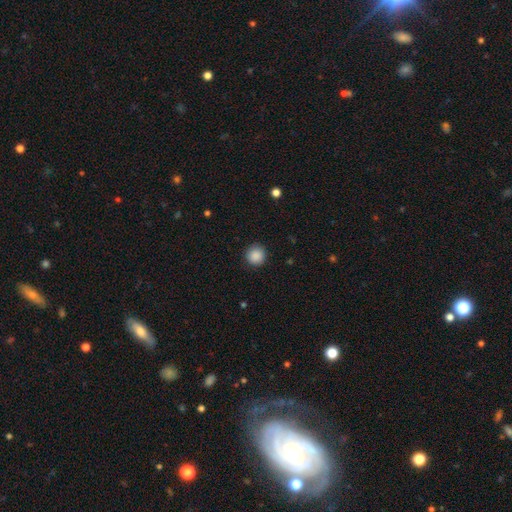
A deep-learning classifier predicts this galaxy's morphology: Smooth or featured?
  - smooth: 88% *
  - star or artifact: 9%
  - featured or disk: 3%
How rounded?
  - round: 93% *
  - in between: 6%
  - cigar-shaped: 1%
Merging?
  - none: 90% *
  - minor disturbance: 7%
  - major disturbance: 2%
  - merger: 1%